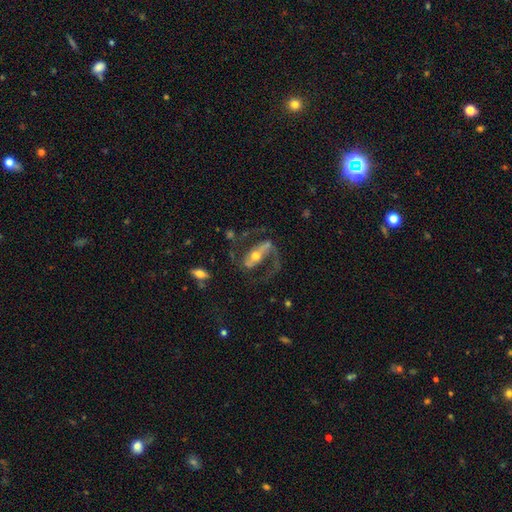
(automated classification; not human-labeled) A featured or disk galaxy (85%) with a strong bar (56%), 2 (84%) medium (50%) spiral arms (91%) and a moderate central bulge (59%). Merging: none (59%).